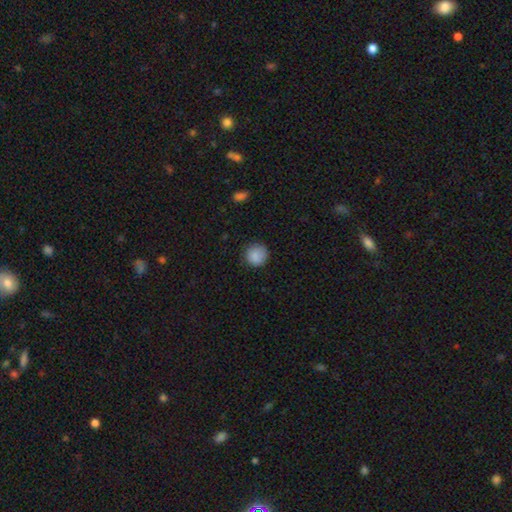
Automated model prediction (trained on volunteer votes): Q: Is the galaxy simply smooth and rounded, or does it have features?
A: smooth — 88%.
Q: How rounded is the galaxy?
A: round — 92%.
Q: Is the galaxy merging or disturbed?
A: none — 84%.